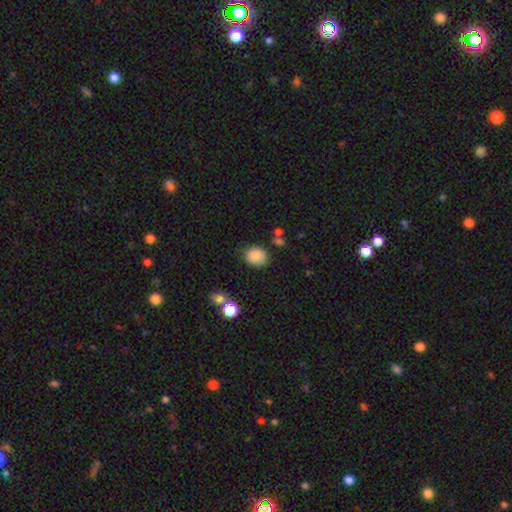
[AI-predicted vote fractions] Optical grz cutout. It shows a smooth galaxy with no disk features (85%) that is round (63%). Merging: none (78%).